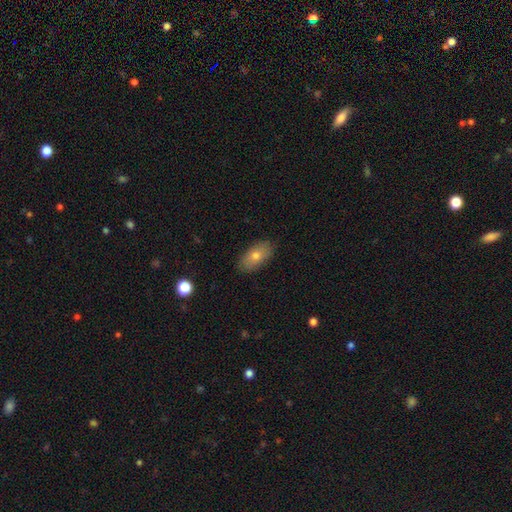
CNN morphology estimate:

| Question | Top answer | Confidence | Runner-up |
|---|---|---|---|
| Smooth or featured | smooth | 71% | featured or disk (21%) |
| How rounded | in between | 90% | cigar-shaped (5%) |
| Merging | none | 87% | minor disturbance (10%) |